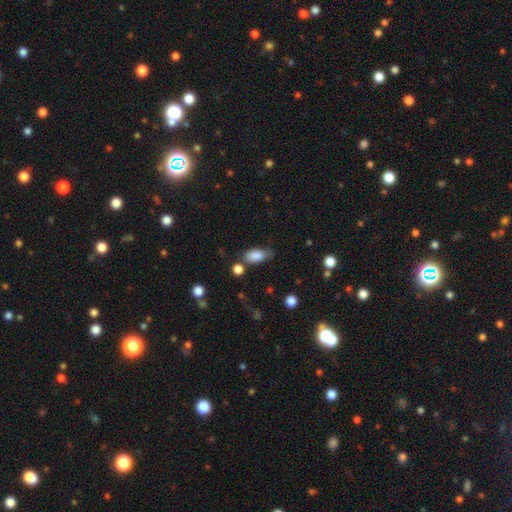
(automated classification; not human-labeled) Smooth or featured: smooth — 85% (star or artifact — 8%)
How rounded: in between — 90% (cigar-shaped — 6%)
Merging: none — 54% (minor disturbance — 29%)